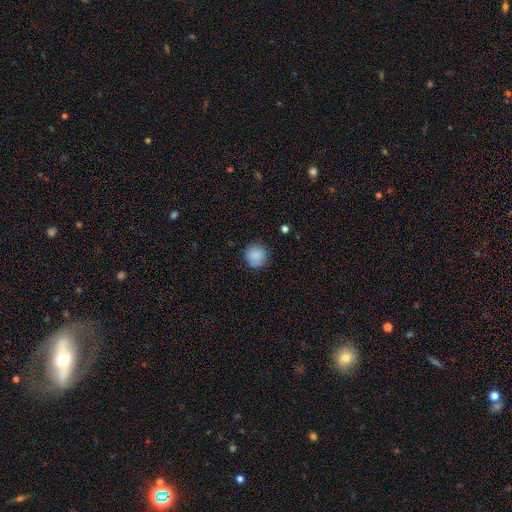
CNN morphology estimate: A smooth galaxy with no disk features (86%) that is round (91%).

Vote fractions:
- Smooth or featured? smooth: 86% / star or artifact: 8% / featured or disk: 6%
- How rounded? round: 91% / in between: 8% / cigar-shaped: 1%
- Merging? none: 84% / minor disturbance: 12% / major disturbance: 3% / merger: 1%